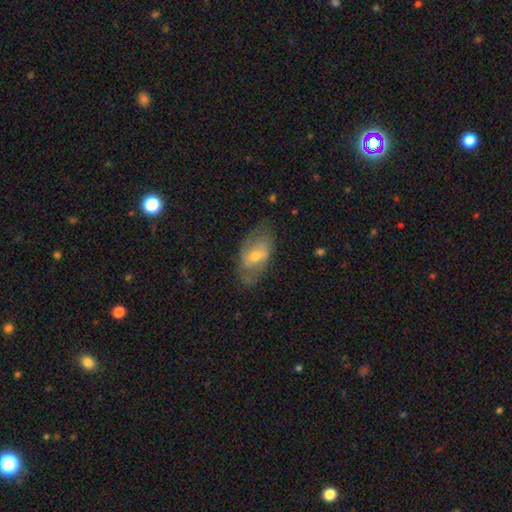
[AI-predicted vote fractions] smooth_or_featured: featured or disk (p=0.60) [alt: smooth p=0.33]
disk_edge_on: no (p=0.92) [alt: yes p=0.08]
bar: weak (p=0.46) [alt: no p=0.33]
has_spiral_arms: yes (p=0.67) [alt: no p=0.33]
bulge_size: moderate (p=0.53) [alt: small p=0.41]
merging: none (p=0.68) [alt: minor disturbance p=0.21]